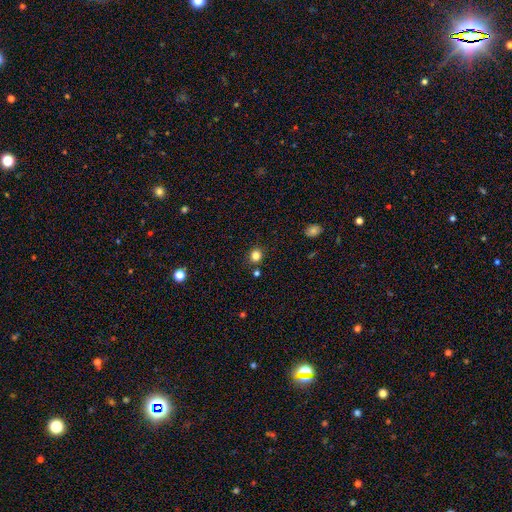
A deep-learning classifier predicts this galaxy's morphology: Smooth or featured: smooth — 82% (star or artifact — 13%)
How rounded: round — 80% (in between — 19%)
Merging: none — 84% (minor disturbance — 9%)